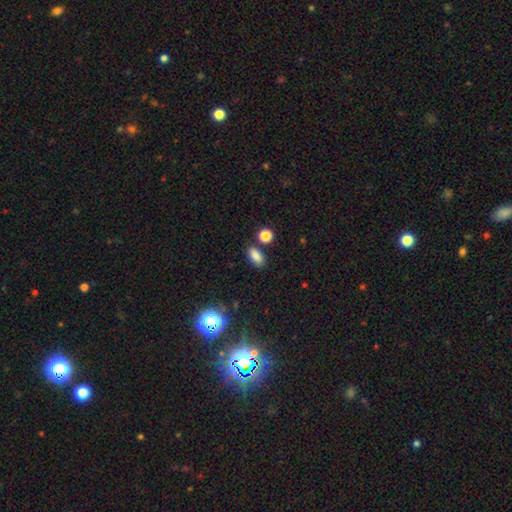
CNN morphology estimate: Smooth or featured? smooth (83%)
How rounded? in between (87%)
Merging? none (80%)